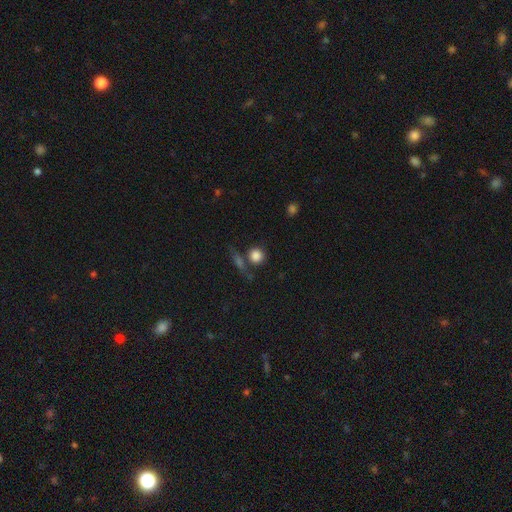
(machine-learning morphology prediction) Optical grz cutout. It shows a smooth galaxy with no disk features (83%) that is round (89%). Merging: none (67%).